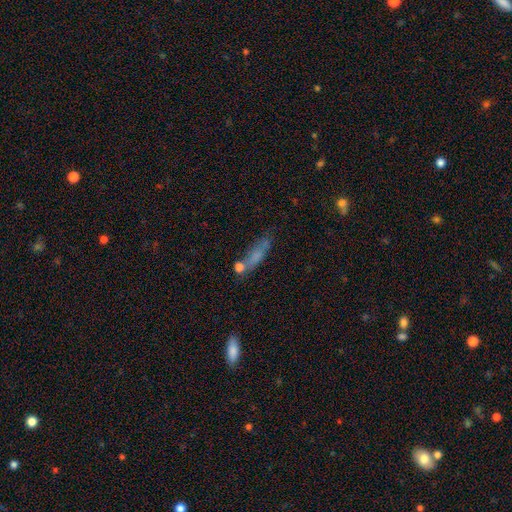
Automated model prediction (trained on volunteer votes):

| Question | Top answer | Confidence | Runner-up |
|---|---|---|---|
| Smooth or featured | smooth | 59% | featured or disk (26%) |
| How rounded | cigar-shaped | 68% | in between (28%) |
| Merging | none | 54% | minor disturbance (20%) |